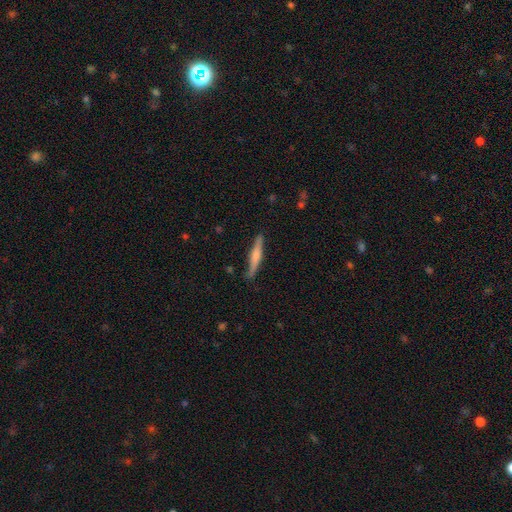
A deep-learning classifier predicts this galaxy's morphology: A featured or disk galaxy (54%) viewed edge-on (97%) with a rounded central bulge (65%).

Vote fractions:
- Smooth or featured? featured or disk: 54% / smooth: 40% / star or artifact: 6%
- Edge-on disk? yes: 97% / no: 3%
- Edge-on bulge? rounded: 65% / boxy: 20% / none: 15%
- Merging? none: 87% / minor disturbance: 10% / major disturbance: 2% / merger: 1%